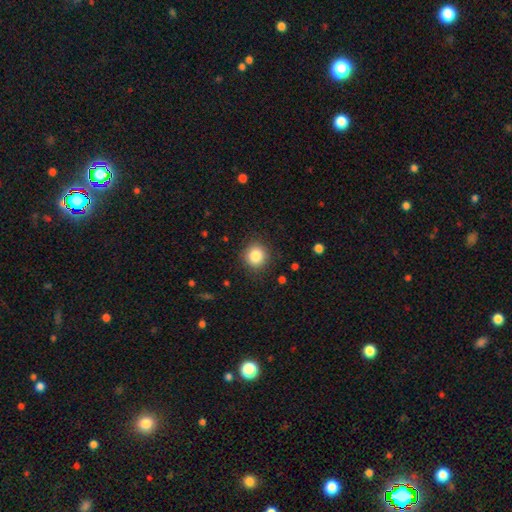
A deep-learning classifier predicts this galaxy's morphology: A smooth galaxy with no disk features (84%) that is round (91%).

Vote fractions:
- Smooth or featured? smooth: 84% / star or artifact: 10% / featured or disk: 6%
- How rounded? round: 91% / in between: 8% / cigar-shaped: 1%
- Merging? none: 89% / minor disturbance: 8% / major disturbance: 2% / merger: 1%